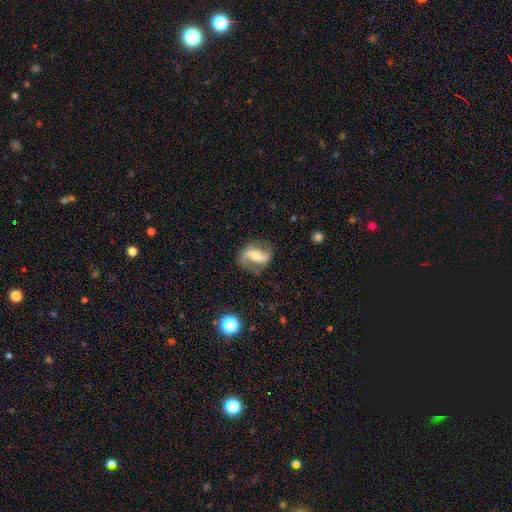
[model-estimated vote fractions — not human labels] Smooth or featured: featured or disk — 74% (smooth — 19%)
Edge-on disk: no — 96% (yes — 4%)
Bar: strong — 44% (weak — 33%)
Spiral arms: yes — 91% (no — 9%)
Spiral winding: loose — 54% (medium — 33%)
Spiral arm count: 2 — 89% (1 — 4%)
Bulge size: moderate — 43% (small — 39%)
Merging: none — 73% (minor disturbance — 16%)